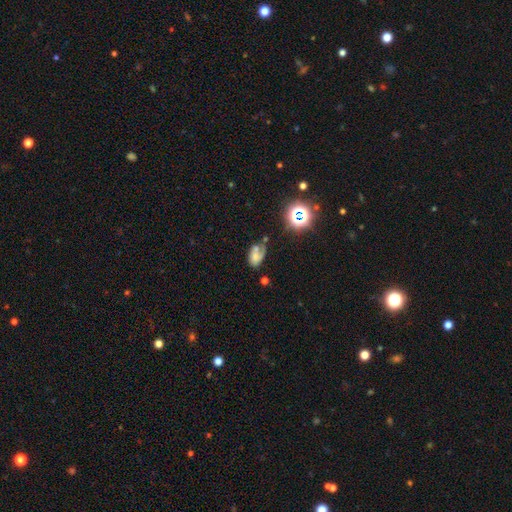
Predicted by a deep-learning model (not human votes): Smooth or featured? Predicted: smooth (p=0.50). Merging? Predicted: none (p=0.35).